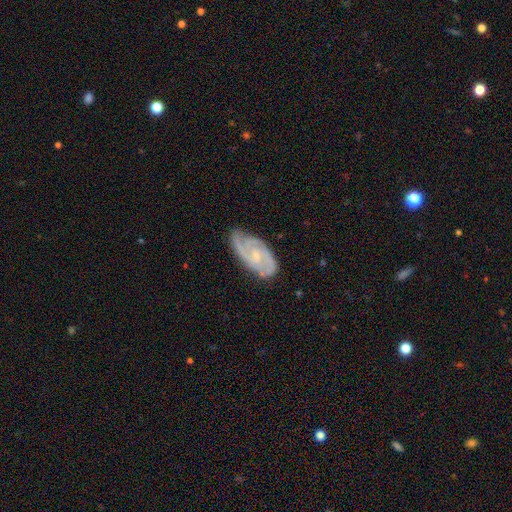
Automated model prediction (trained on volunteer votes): smooth-or-featured: featured or disk: 85% | smooth: 9% | star or artifact: 5%
  disk-edge-on: no: 96% | yes: 4%
    bar: no: 54% | weak: 38% | strong: 8%
    has-spiral-arms: yes: 97% | no: 3%
      spiral-winding: tight: 49% | medium: 42% | loose: 9%
      spiral-arm-count: 2: 55% | 3: 24% | can't tell: 11% | 4: 4% | 1: 4% | more than 4: 3%
    bulge-size: small: 67% | moderate: 22% | none: 9% | large: 1% | dominant: 1%
  merging: none: 72% | minor disturbance: 21% | major disturbance: 6% | merger: 1%